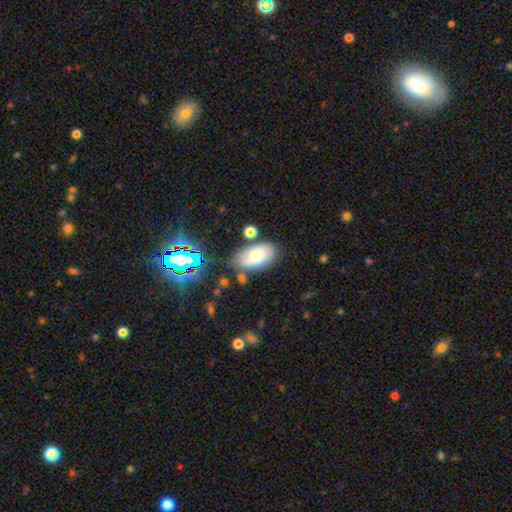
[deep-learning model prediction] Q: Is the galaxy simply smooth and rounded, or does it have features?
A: smooth — 69%.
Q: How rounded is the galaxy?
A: in between — 93%.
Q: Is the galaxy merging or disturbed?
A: none — 67%.